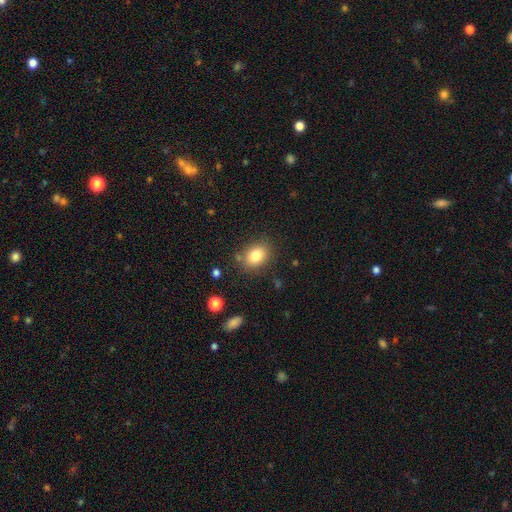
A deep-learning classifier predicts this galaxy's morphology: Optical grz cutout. It shows a smooth galaxy with no disk features (82%) that is in between round and cigar-shaped (63%). Merging: none (80%).